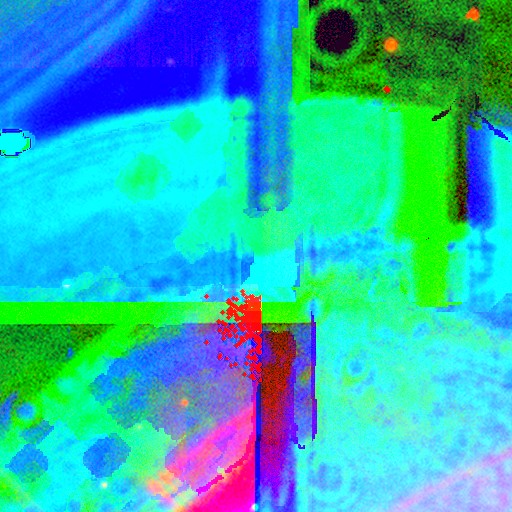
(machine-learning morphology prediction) smooth-or-featured: star or artifact: 85% | featured or disk: 8% | smooth: 6%